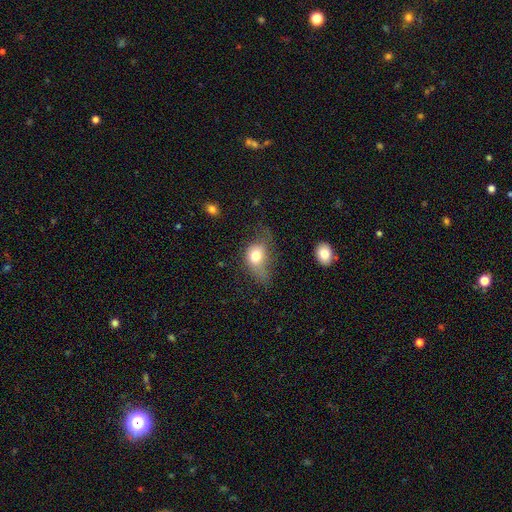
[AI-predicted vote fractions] This is likely a smooth galaxy (71%). How rounded: likely in between (65%). Merging: marginally major disturbance (38%).